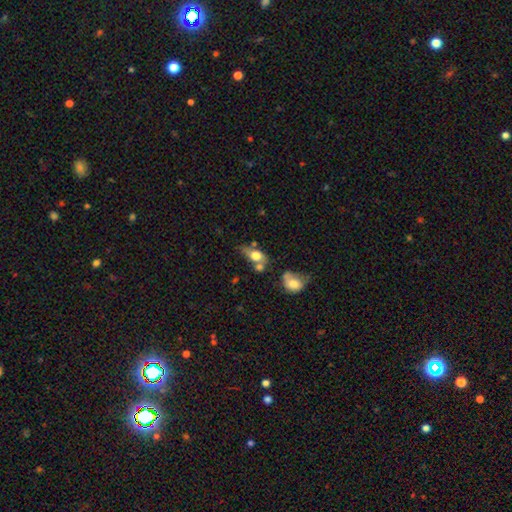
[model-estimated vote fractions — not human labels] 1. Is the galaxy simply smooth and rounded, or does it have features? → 70% smooth, 21% featured or disk, 9% star or artifact.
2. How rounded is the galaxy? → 75% in between, 19% round, 6% cigar-shaped.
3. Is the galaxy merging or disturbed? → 35% merger, 31% none, 20% minor disturbance, 14% major disturbance.